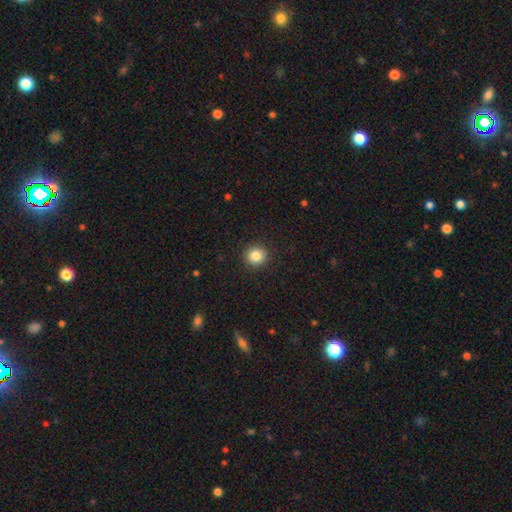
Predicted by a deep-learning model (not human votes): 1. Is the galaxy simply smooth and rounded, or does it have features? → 84% smooth, 10% star or artifact, 6% featured or disk.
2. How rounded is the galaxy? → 92% round, 7% in between, 1% cigar-shaped.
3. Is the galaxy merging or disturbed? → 92% none, 5% minor disturbance, 2% major disturbance, 1% merger.